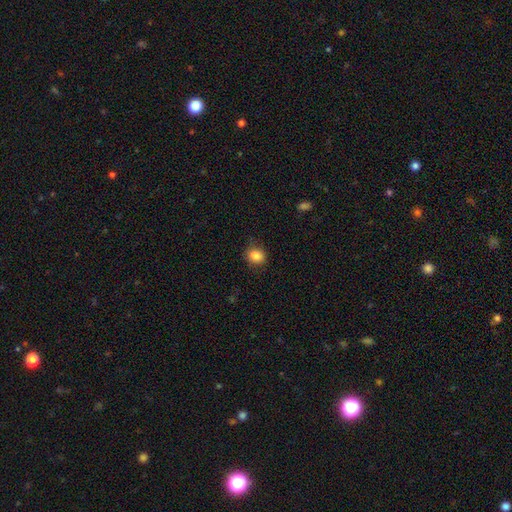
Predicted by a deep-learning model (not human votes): A smooth galaxy with no disk features (86%) that is round (59%). Merging: none (79%).